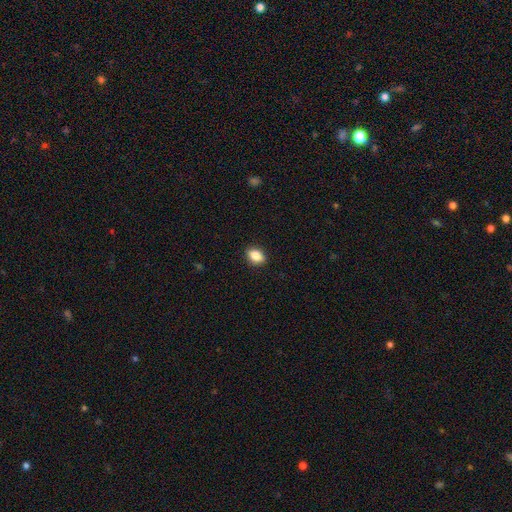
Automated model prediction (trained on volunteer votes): Morphology: type=smooth (85%); roundness=in between (77%); merging=none (89%).